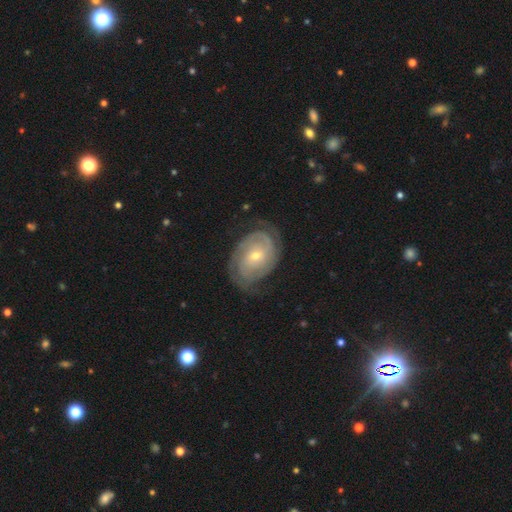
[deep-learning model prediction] Morphology: type=featured or disk (85%); edge-on=no (97%); bar=no (58%); spiral arms=yes (95%); winding=tight (70%); arm count=2 (46%); bulge=small (58%); merging=none (73%).